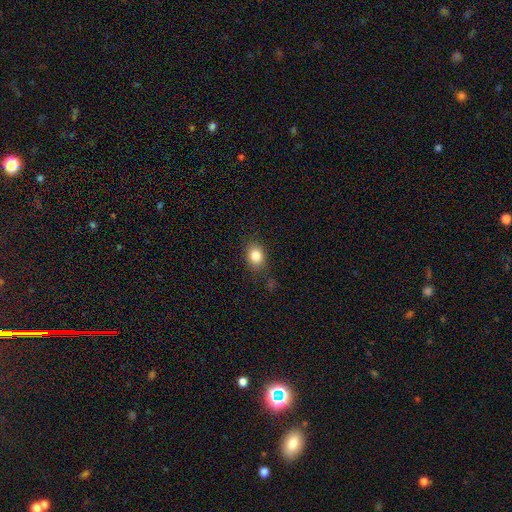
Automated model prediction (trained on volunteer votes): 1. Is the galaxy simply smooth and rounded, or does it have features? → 82% smooth, 11% star or artifact, 7% featured or disk.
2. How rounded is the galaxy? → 55% in between, 43% round, 1% cigar-shaped.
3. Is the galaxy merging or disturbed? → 82% none, 13% minor disturbance, 3% major disturbance, 2% merger.